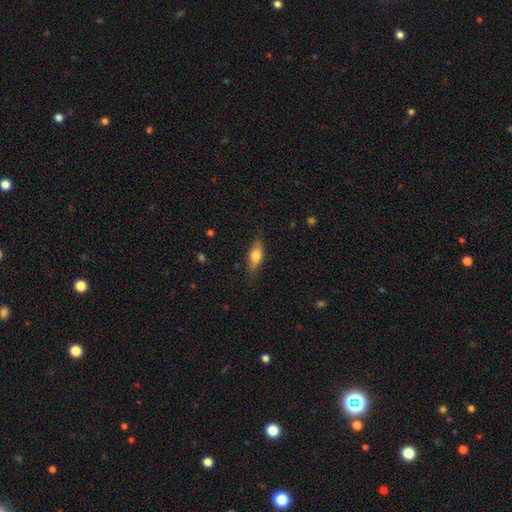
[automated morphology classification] Smooth or featured?
  - smooth: 65% *
  - featured or disk: 28%
  - star or artifact: 7%
How rounded?
  - in between: 67% *
  - cigar-shaped: 29%
  - round: 4%
Merging?
  - none: 81% *
  - minor disturbance: 15%
  - major disturbance: 3%
  - merger: 1%